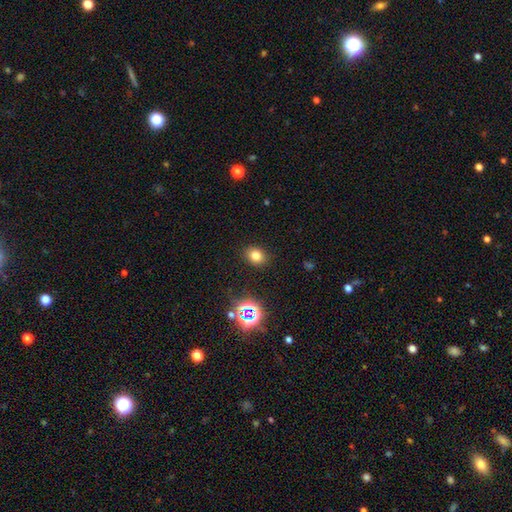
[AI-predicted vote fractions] smooth-or-featured: smooth: 75% | star or artifact: 18% | featured or disk: 7%
  how-rounded: round: 53% | in between: 46% | cigar-shaped: 1%
  merging: none: 88% | minor disturbance: 8% | major disturbance: 3% | merger: 1%